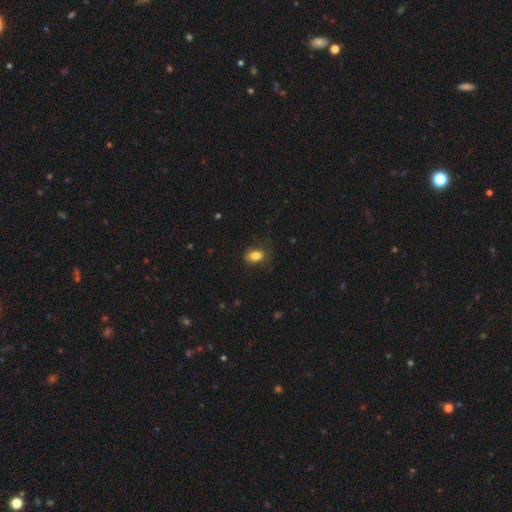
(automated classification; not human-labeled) smooth_or_featured: smooth (p=0.83) [alt: star or artifact p=0.09]
how_rounded: in between (p=0.79) [alt: round p=0.20]
merging: none (p=0.79) [alt: minor disturbance p=0.16]